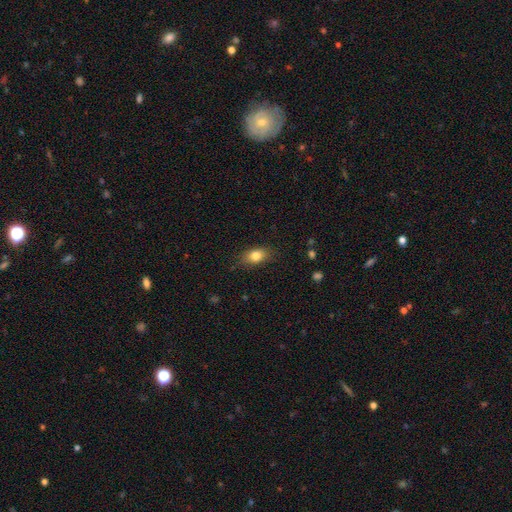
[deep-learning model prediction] Q: Smooth or featured?
A: smooth (82%); runner-up: featured or disk (10%)
Q: How rounded?
A: in between (83%); runner-up: round (13%)
Q: Merging?
A: none (82%); runner-up: minor disturbance (14%)